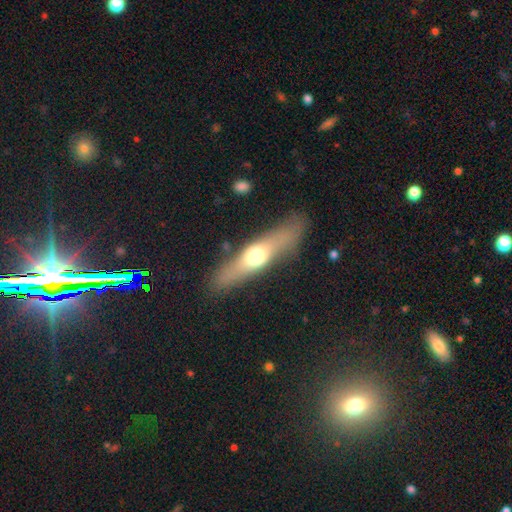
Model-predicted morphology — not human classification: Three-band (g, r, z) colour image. It shows a featured or disk galaxy (47%, tied with smooth). Merging: none (83%).